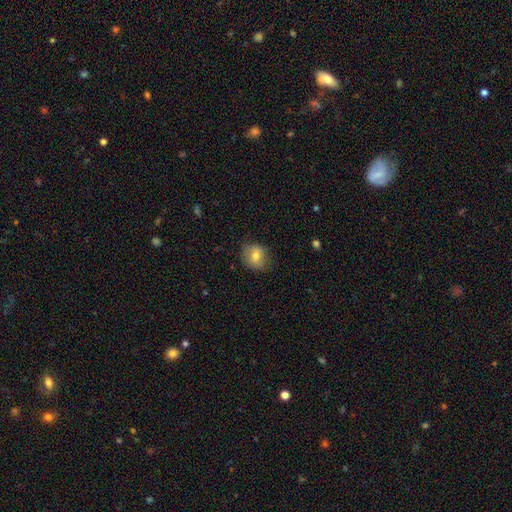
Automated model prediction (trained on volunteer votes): Smooth or featured? smooth (72%)
How rounded? round (69%)
Merging? none (78%)